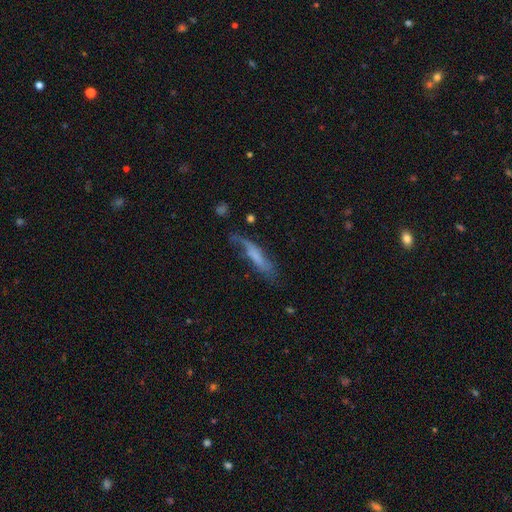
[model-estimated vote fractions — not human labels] Smooth or featured? smooth (47%)
Merging? none (44%)